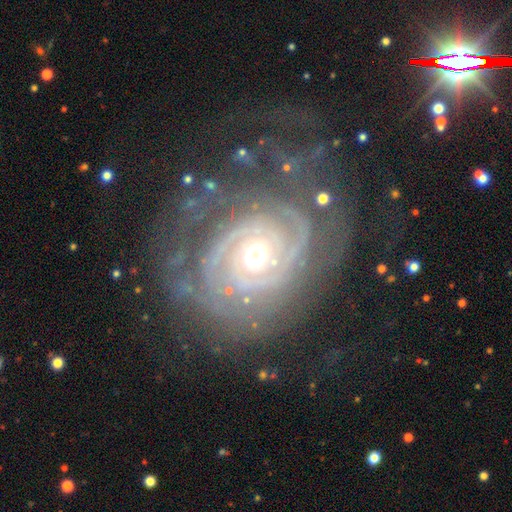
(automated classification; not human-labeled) The model was most divided on "spiral arm count": 2: 30%, can't tell: 25%, 3: 19%, 4: 11%, more than 4: 8%, 1: 7%. More confident: spiral arms — yes (97%); edge-on disk — no (97%); smooth or featured — featured or disk (90%); spiral winding — tight (80%); bar — no (72%); bulge size — moderate (69%); merging — none (67%).